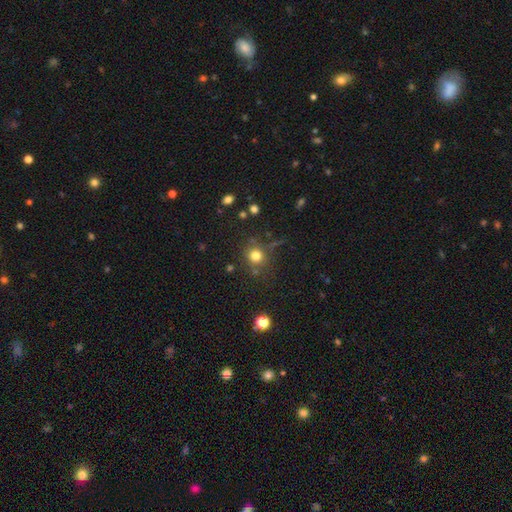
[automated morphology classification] smooth-or-featured: smooth: 78% | star or artifact: 15% | featured or disk: 8%
  how-rounded: round: 89% | in between: 10% | cigar-shaped: 1%
  merging: none: 77% | minor disturbance: 11% | merger: 7% | major disturbance: 5%